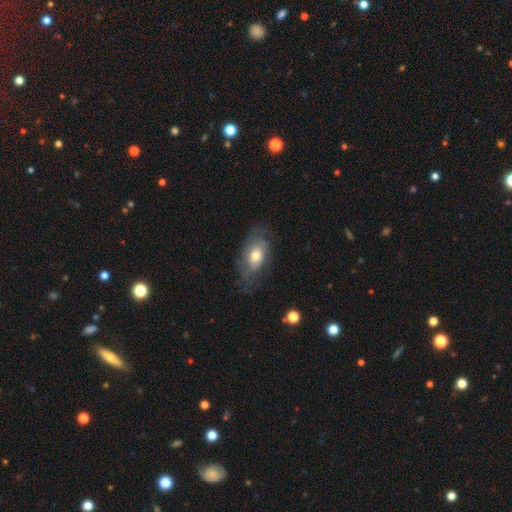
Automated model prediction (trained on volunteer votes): The model was most divided on "smooth or featured": smooth: 55%, featured or disk: 37%, star or artifact: 7%. More confident: how rounded — in between (89%); merging — none (64%).